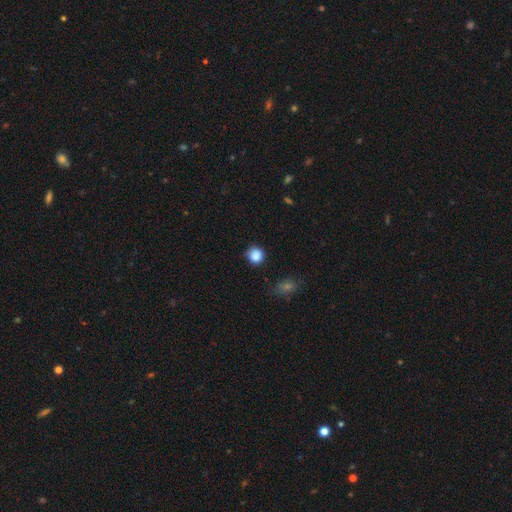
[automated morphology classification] type=smooth (86%); roundness=round (89%); merging=none (72%).